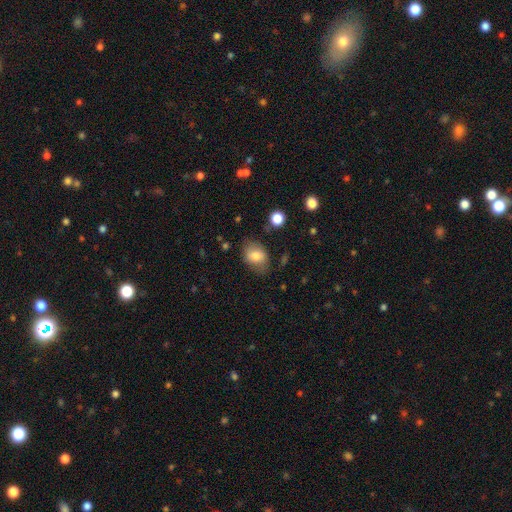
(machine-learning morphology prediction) This is likely a smooth galaxy (76%). How rounded: likely in between (70%). Merging: likely none (66%).